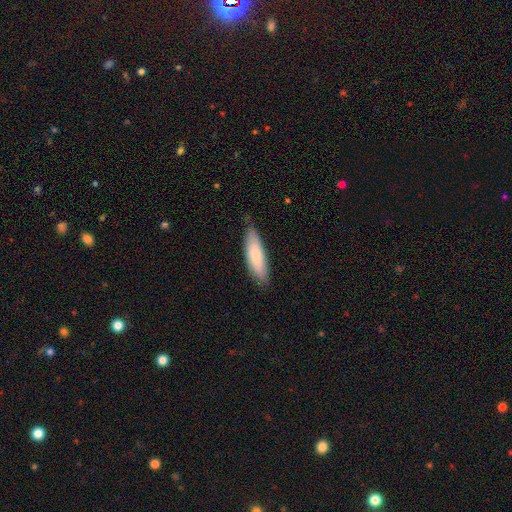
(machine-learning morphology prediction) A smooth galaxy with no disk features (77%) that is cigar-shaped (56%). Merging: none (79%).